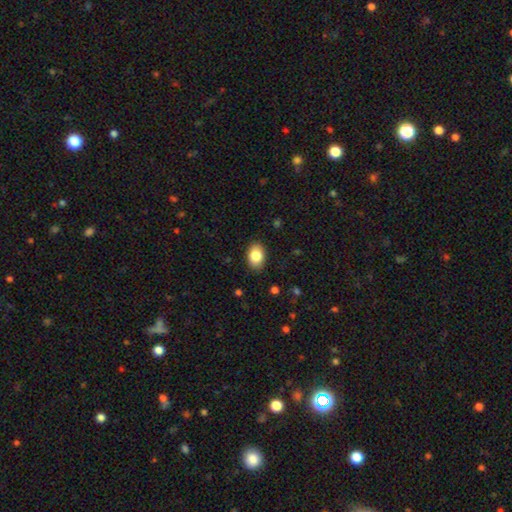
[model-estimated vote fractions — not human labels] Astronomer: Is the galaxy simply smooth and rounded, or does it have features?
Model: smooth — 84%.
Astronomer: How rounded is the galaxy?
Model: in between — 87%.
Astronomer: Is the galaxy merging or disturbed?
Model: none — 88%.